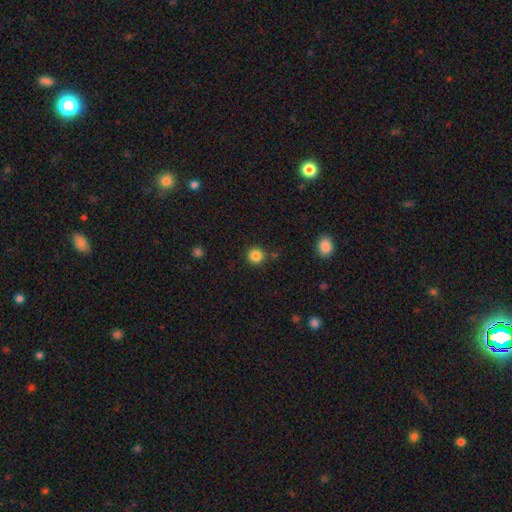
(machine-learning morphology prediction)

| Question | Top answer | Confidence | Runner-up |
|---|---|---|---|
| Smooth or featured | smooth | 85% | star or artifact (11%) |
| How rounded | round | 94% | in between (5%) |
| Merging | none | 87% | minor disturbance (7%) |